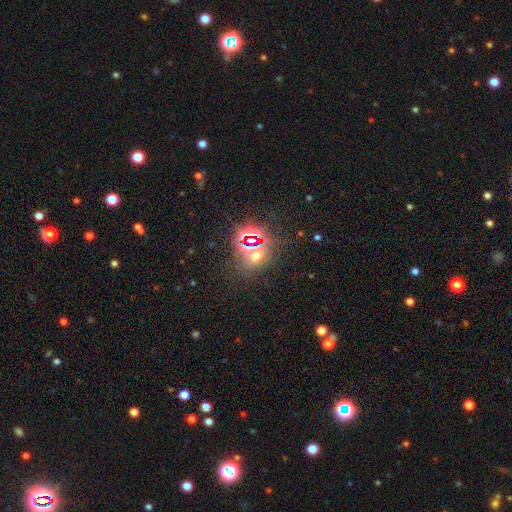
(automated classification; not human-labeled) Smooth or featured? star or artifact (61%)